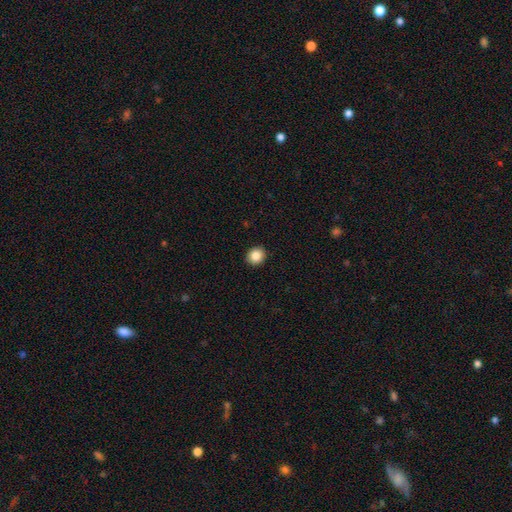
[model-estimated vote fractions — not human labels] Smooth or featured?
  - smooth: 86% *
  - star or artifact: 9%
  - featured or disk: 5%
How rounded?
  - round: 85% *
  - in between: 14%
  - cigar-shaped: 1%
Merging?
  - none: 93% *
  - minor disturbance: 5%
  - major disturbance: 1%
  - merger: 1%